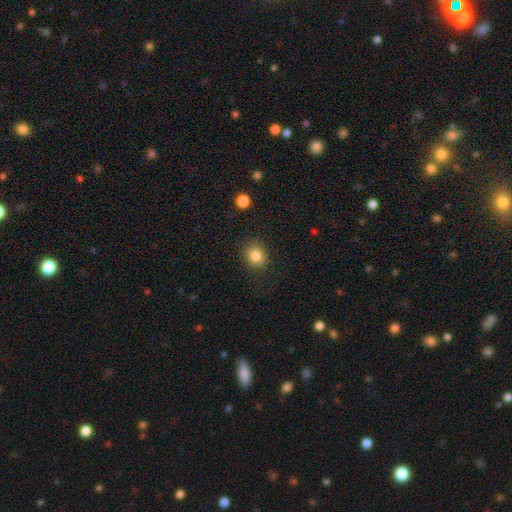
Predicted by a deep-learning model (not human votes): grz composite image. It shows a smooth galaxy with no disk features (85%) that is round (59%). Merging: none (86%).